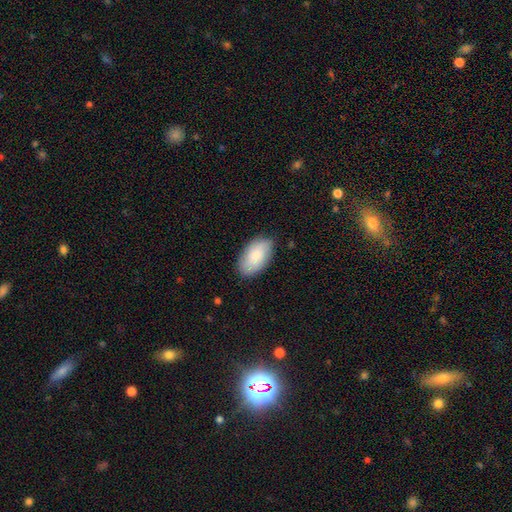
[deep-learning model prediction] This is likely a smooth galaxy (80%). How rounded: clearly in between (95%). Merging: clearly none (83%).